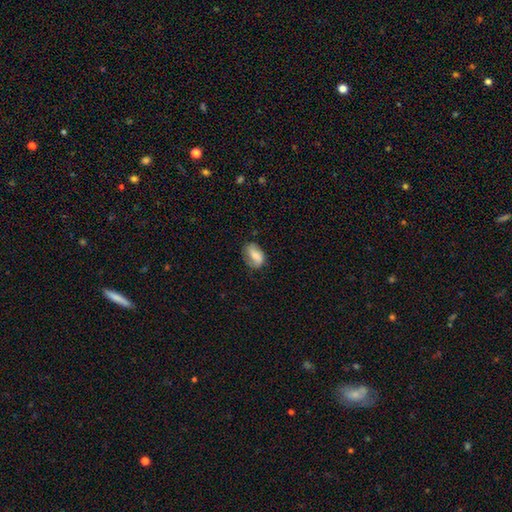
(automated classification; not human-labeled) Overall: smooth (61%; featured or disk 32%). How rounded: in between (84%). Merging: none (61%; minor disturbance 27%).